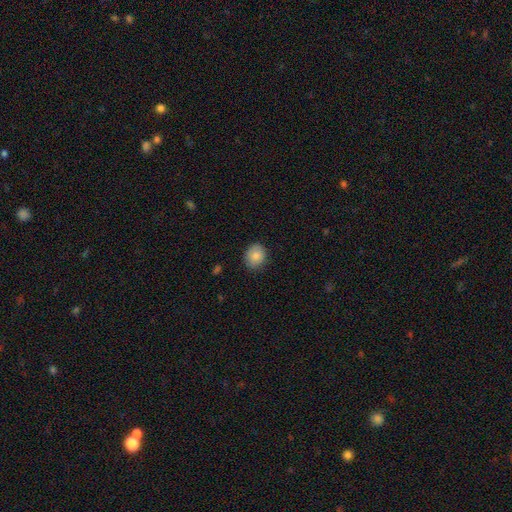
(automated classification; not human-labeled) This is clearly a smooth galaxy (85%). How rounded: likely round (67%). Merging: clearly none (83%).